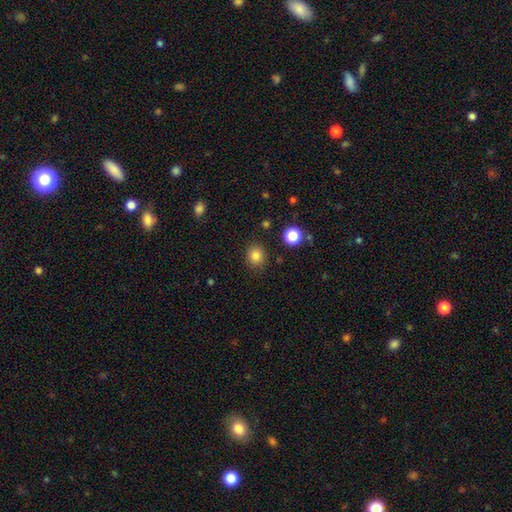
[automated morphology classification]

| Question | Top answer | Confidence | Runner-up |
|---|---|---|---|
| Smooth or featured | smooth | 84% | star or artifact (12%) |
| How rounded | round | 80% | in between (19%) |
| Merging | none | 86% | minor disturbance (9%) |